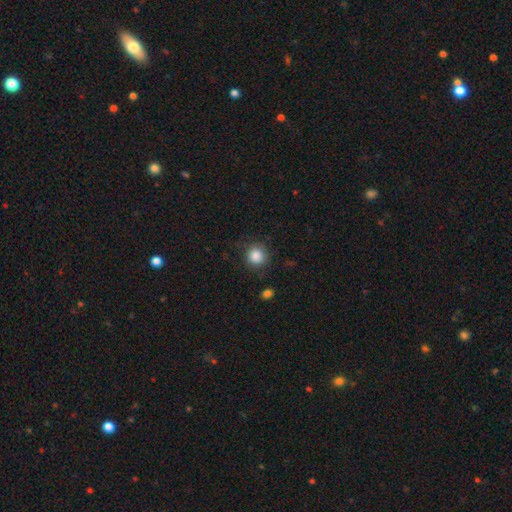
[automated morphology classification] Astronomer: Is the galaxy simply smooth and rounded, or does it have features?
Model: smooth — 86%.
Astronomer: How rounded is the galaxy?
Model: round — 89%.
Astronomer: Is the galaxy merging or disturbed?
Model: none — 82%.